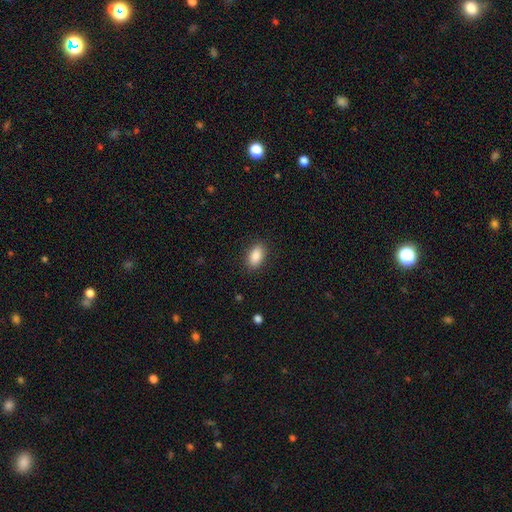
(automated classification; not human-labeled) A smooth galaxy with no disk features (89%) that is in between round and cigar-shaped (91%). Merging: none (88%).